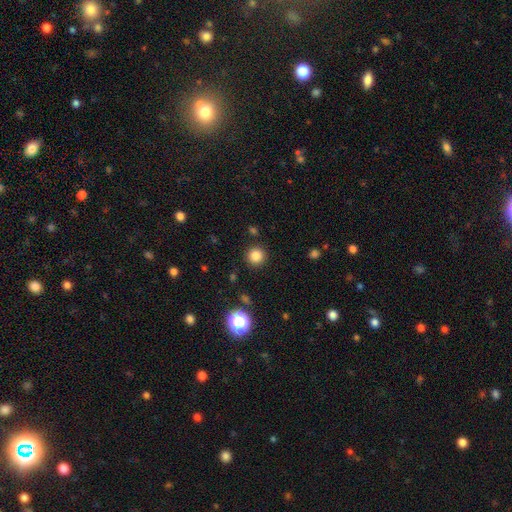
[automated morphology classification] smooth_or_featured: smooth (p=0.83) [alt: star or artifact p=0.13]
how_rounded: round (p=0.95) [alt: in between p=0.04]
merging: none (p=0.91) [alt: minor disturbance p=0.06]